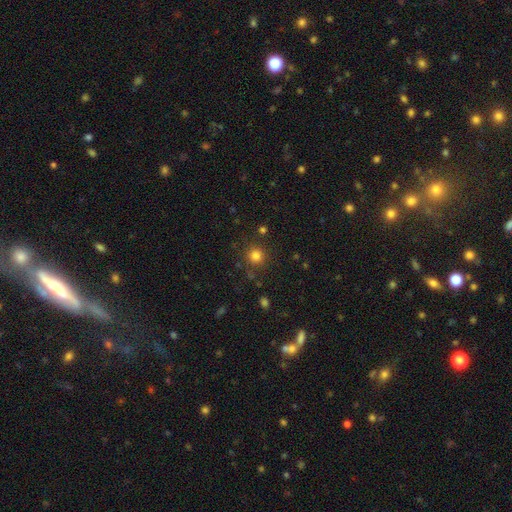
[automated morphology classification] A smooth galaxy with no disk features (80%) that is round (93%).

Vote fractions:
- Smooth or featured? smooth: 80% / star or artifact: 14% / featured or disk: 5%
- How rounded? round: 93% / in between: 6% / cigar-shaped: 1%
- Merging? none: 86% / minor disturbance: 8% / merger: 3% / major disturbance: 3%